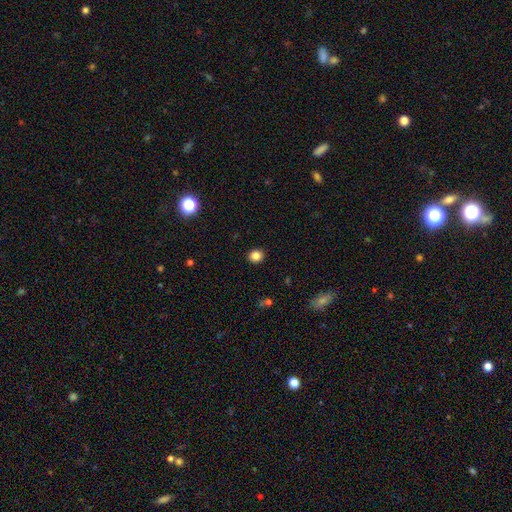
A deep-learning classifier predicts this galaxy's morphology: Overall: smooth (85%). How rounded: round (81%). Merging: none (92%).